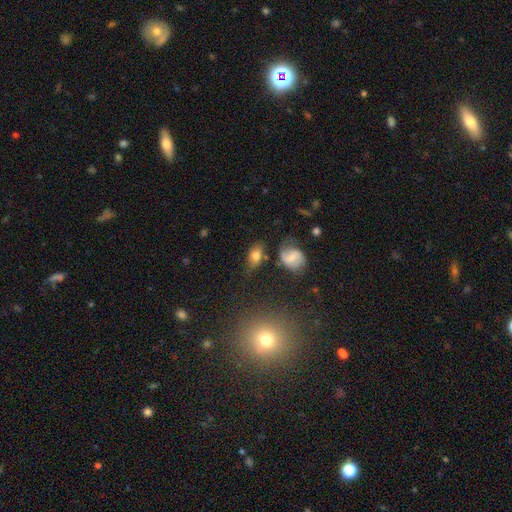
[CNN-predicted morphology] This appears to be a smooth galaxy with no disk features (68%) that is in between round and cigar-shaped (83%). Merging: none (64%).